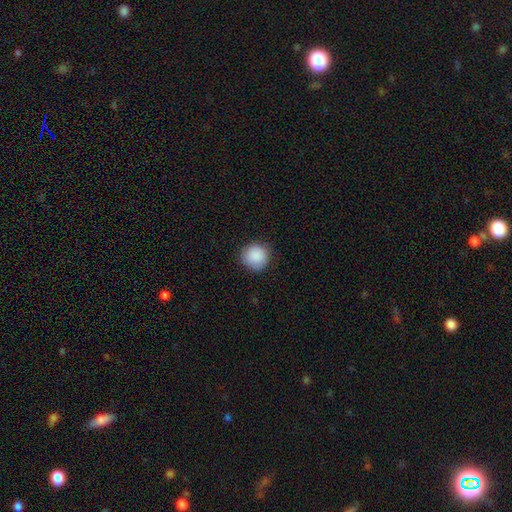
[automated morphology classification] Smooth or featured?
  - smooth: 89% *
  - star or artifact: 8%
  - featured or disk: 3%
How rounded?
  - round: 94% *
  - in between: 5%
  - cigar-shaped: 1%
Merging?
  - none: 87% *
  - minor disturbance: 10%
  - major disturbance: 2%
  - merger: 1%